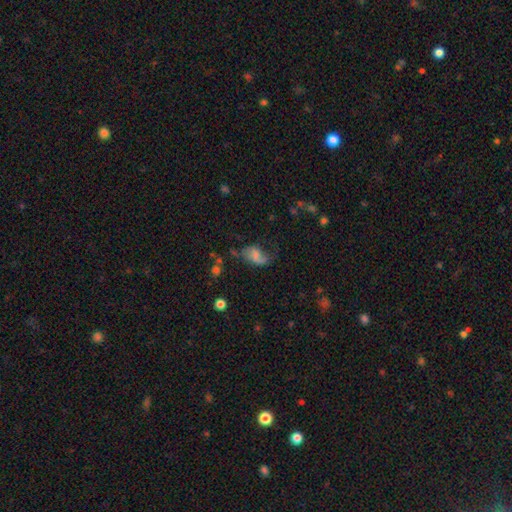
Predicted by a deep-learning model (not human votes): Overall: smooth (47%; featured or disk 42%). Merging: none (36%; major disturbance 32%).